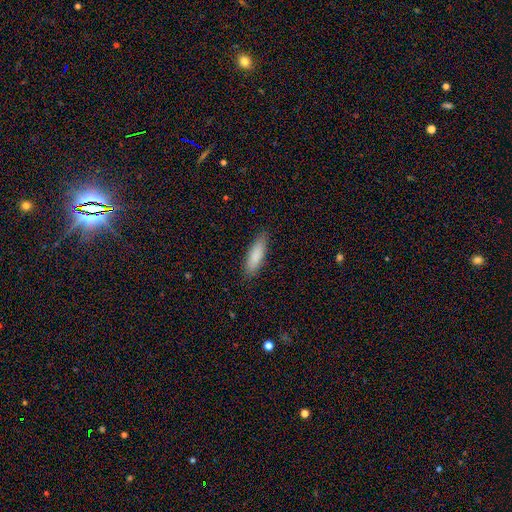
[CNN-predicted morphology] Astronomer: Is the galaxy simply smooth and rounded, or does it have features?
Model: smooth — 86%.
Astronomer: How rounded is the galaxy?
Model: cigar-shaped — 57% (runner-up: in between, 41%).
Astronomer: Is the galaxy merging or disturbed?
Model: none — 87%.